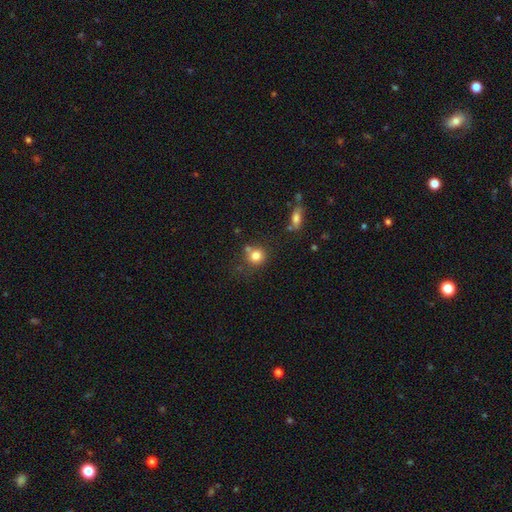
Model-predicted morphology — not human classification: smooth 81%, star or artifact 11%, featured or disk 8%. Down the decision tree: how rounded — round (87%); merging — none (61%).